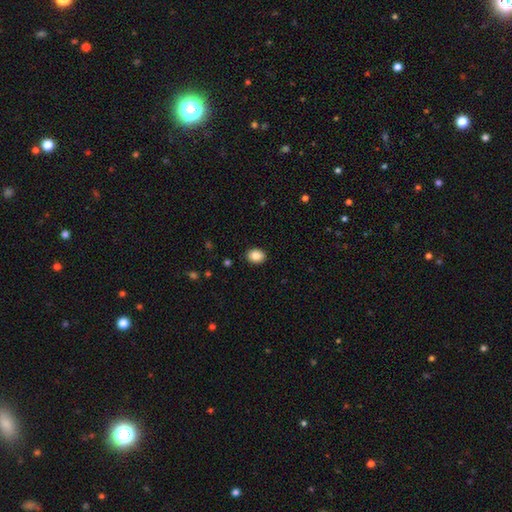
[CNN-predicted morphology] Smooth or featured? smooth (87%)
How rounded? in between (50%)
Merging? none (90%)